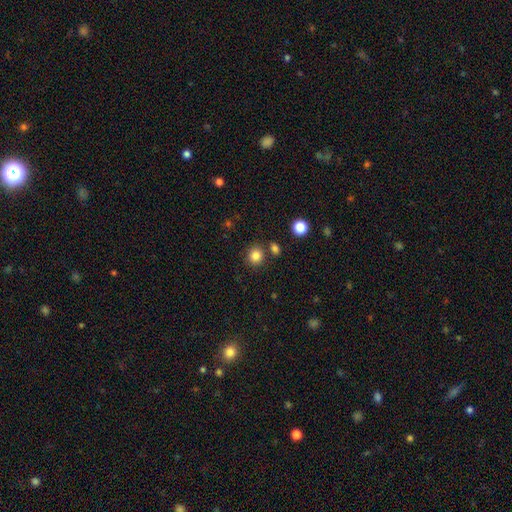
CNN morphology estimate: Smooth or featured? smooth (84%)
How rounded? round (85%)
Merging? none (79%)